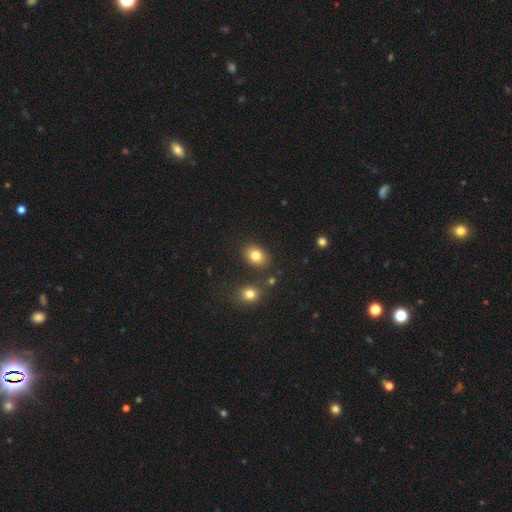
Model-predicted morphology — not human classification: This appears to be a smooth galaxy with no disk features (82%) that is in between round and cigar-shaped (67%). Merging: none (80%).